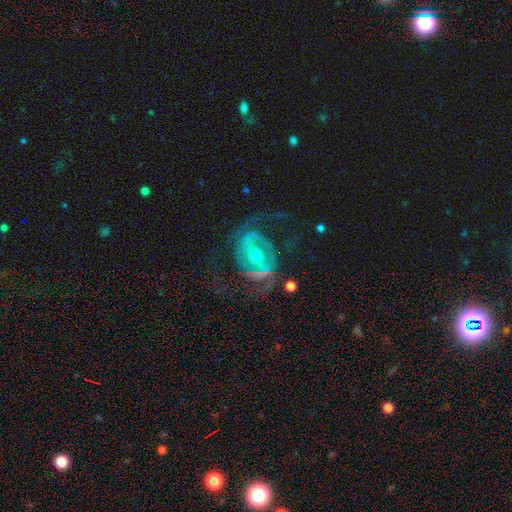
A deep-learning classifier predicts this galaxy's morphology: This appears to be a featured or disk galaxy (88%) with a strong bar (39%), 2 (81%) medium (52%) spiral arms (94%) and a small central bulge (49%). Merging: none (64%).